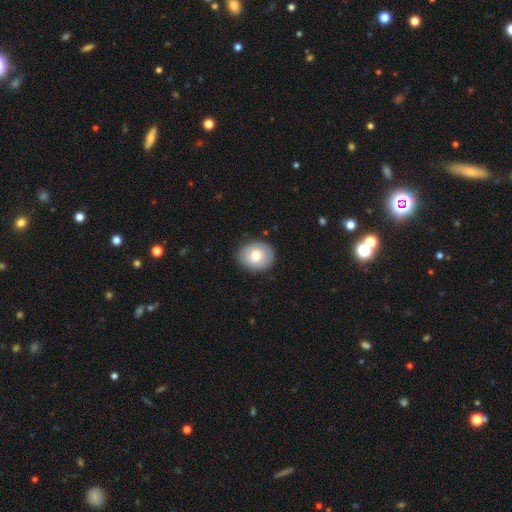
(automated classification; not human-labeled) This appears to be a smooth galaxy with no disk features (70%) that is round (67%). Merging: none (86%).